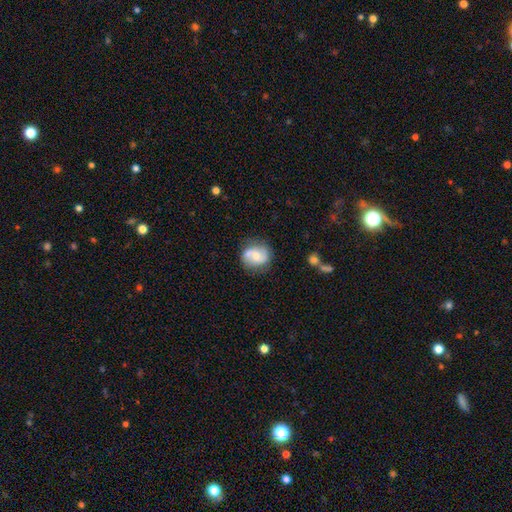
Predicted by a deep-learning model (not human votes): This is possibly a featured or disk galaxy (49%). Merging: likely none (66%).